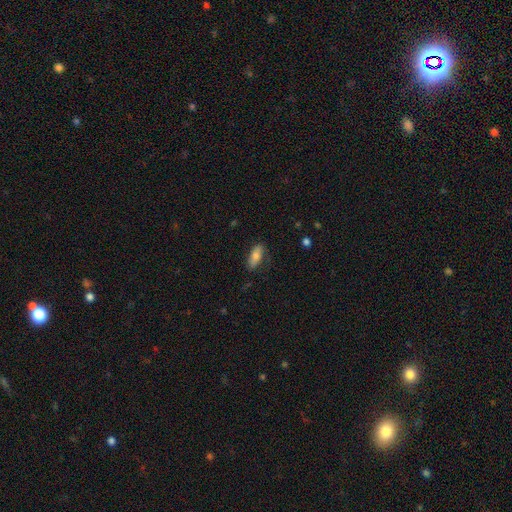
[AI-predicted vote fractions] smooth-or-featured: smooth: 74% | featured or disk: 18% | star or artifact: 7%
  how-rounded: in between: 78% | cigar-shaped: 19% | round: 3%
  merging: none: 75% | minor disturbance: 18% | major disturbance: 5% | merger: 1%